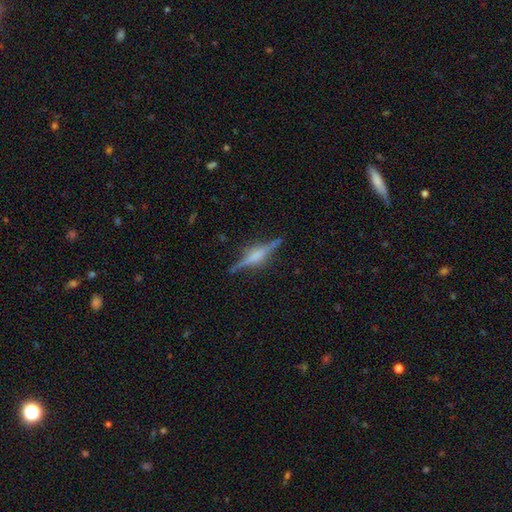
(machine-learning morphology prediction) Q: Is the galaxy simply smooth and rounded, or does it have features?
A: featured or disk — 78%.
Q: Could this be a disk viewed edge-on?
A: yes — 97%.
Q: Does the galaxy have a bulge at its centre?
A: rounded — 63%.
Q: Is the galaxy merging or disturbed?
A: none — 84%.